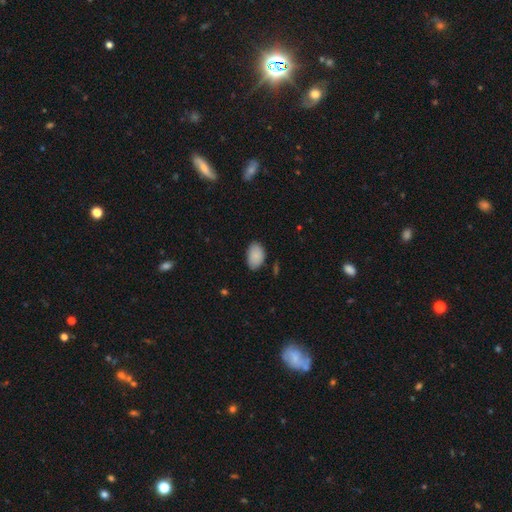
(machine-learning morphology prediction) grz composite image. It shows a smooth galaxy with no disk features (88%) that is in between round and cigar-shaped (91%). Merging: none (80%).